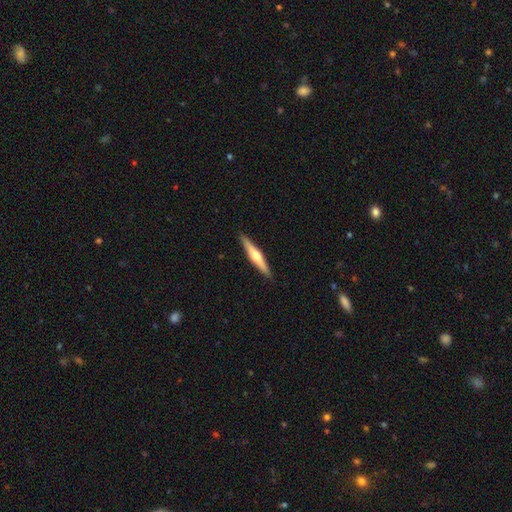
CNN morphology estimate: type=featured or disk (62%); edge-on=yes (97%); edge-on bulge=rounded (90%); merging=none (91%).